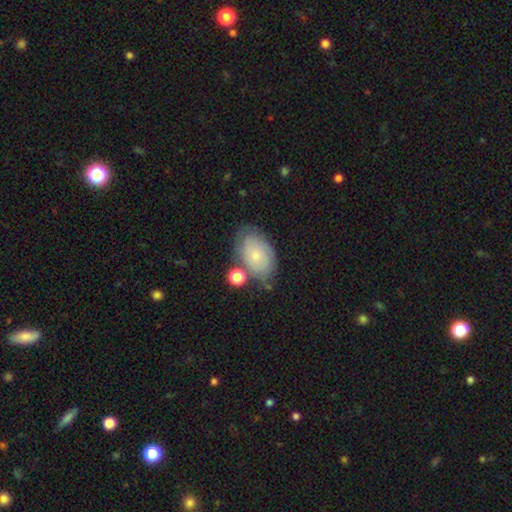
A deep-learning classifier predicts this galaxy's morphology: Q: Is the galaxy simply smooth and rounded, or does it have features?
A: smooth — 60%.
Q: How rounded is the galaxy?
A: in between — 87%.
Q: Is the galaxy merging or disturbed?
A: none — 59%.